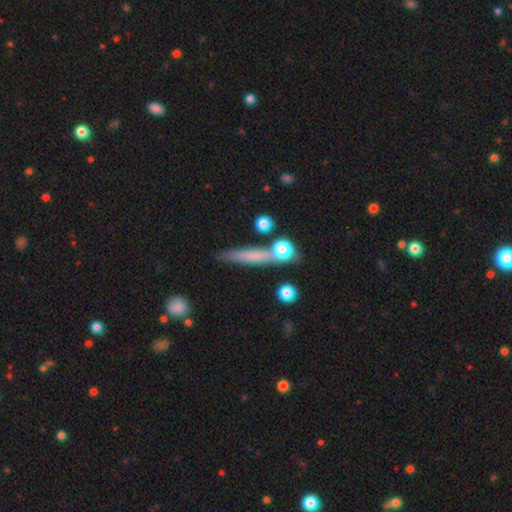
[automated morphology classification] smooth_or_featured: smooth (p=0.57) [alt: featured or disk p=0.33]
how_rounded: cigar-shaped (p=0.82) [alt: in between p=0.09]
merging: none (p=0.73) [alt: minor disturbance p=0.13]